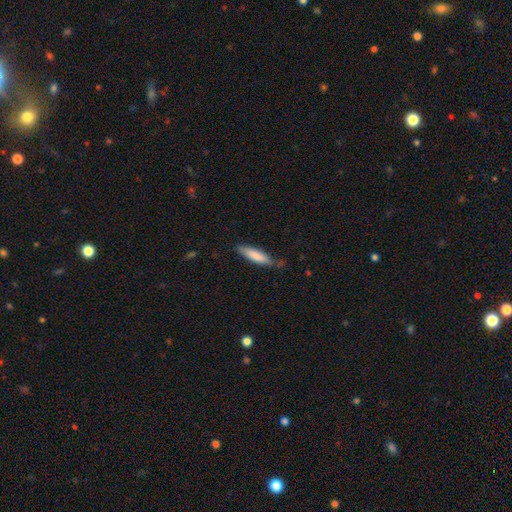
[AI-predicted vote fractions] Overall: smooth (78%). How rounded: cigar-shaped (73%). Merging: none (74%).